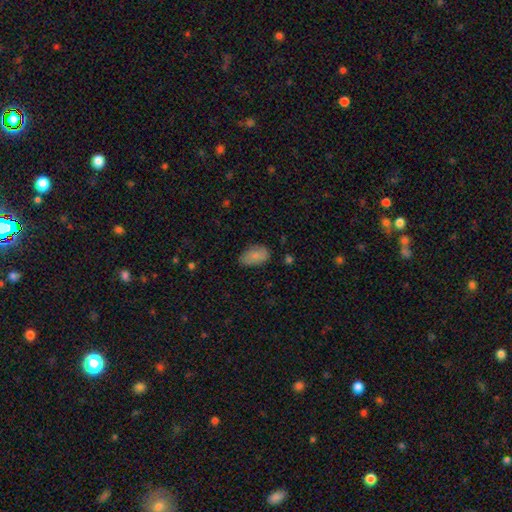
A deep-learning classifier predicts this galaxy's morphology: Q: Smooth or featured?
A: smooth (83%); runner-up: featured or disk (10%)
Q: How rounded?
A: in between (93%); runner-up: round (5%)
Q: Merging?
A: none (76%); runner-up: minor disturbance (19%)